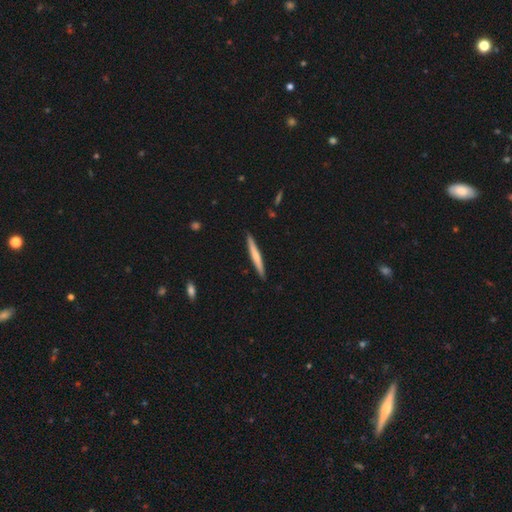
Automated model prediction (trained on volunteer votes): Q: Smooth or featured?
A: smooth (56%); runner-up: featured or disk (39%)
Q: How rounded?
A: cigar-shaped (96%); runner-up: in between (3%)
Q: Merging?
A: none (91%); runner-up: minor disturbance (7%)